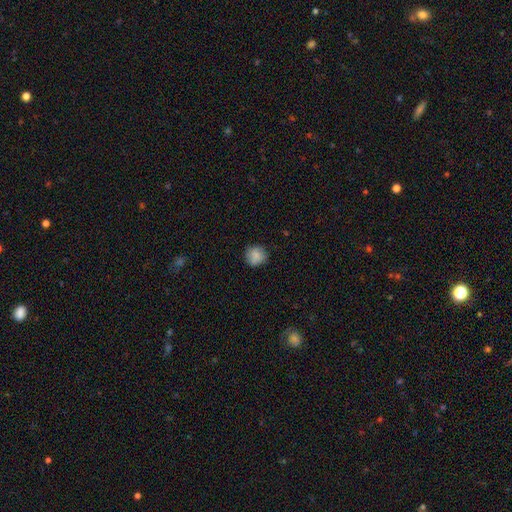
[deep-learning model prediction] smooth 85%, star or artifact 9%, featured or disk 7%. Down the decision tree: how rounded — round (89%); merging — none (83%).